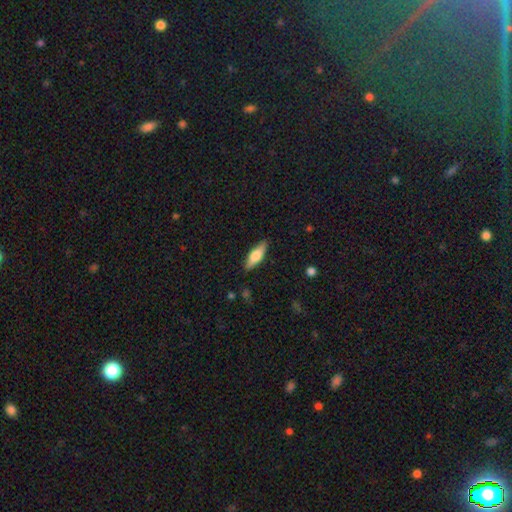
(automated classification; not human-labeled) Smooth or featured: smooth — 65% (featured or disk — 29%)
How rounded: in between — 55% (cigar-shaped — 42%)
Merging: none — 86% (minor disturbance — 10%)